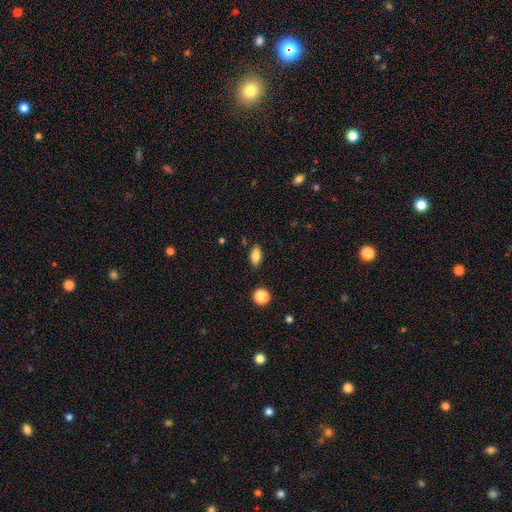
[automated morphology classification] This appears to be a smooth galaxy with no disk features (82%) that is in between round and cigar-shaped (87%). Merging: none (85%).